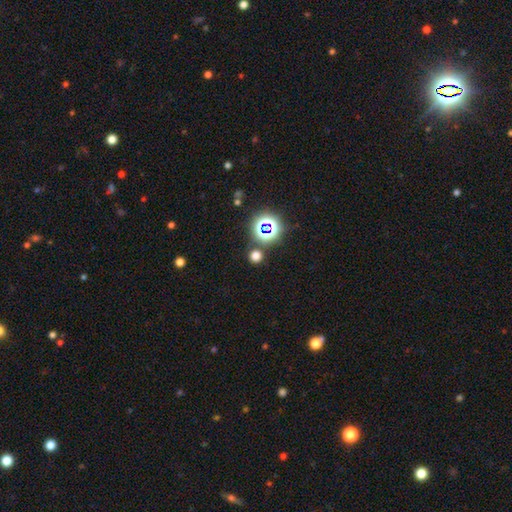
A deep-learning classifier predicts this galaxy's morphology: Smooth or featured? Predicted: smooth (p=0.64). How rounded? Predicted: round (p=0.90). Merging? Predicted: none (p=0.82).